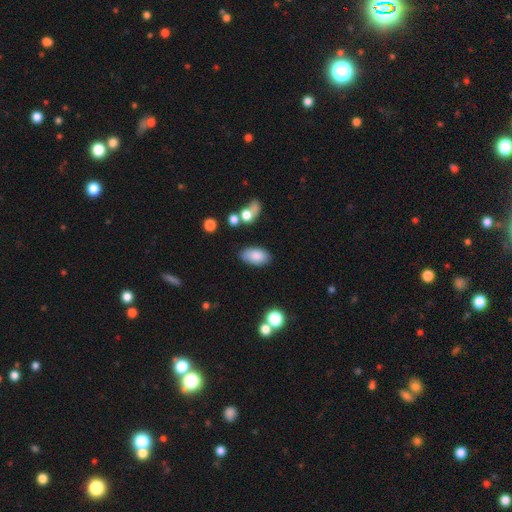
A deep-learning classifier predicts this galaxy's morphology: A smooth galaxy with no disk features (83%) that is in between round and cigar-shaped (94%).

Vote fractions:
- Smooth or featured? smooth: 83% / featured or disk: 9% / star or artifact: 8%
- How rounded? in between: 94% / round: 4% / cigar-shaped: 2%
- Merging? none: 81% / minor disturbance: 12% / merger: 4% / major disturbance: 3%